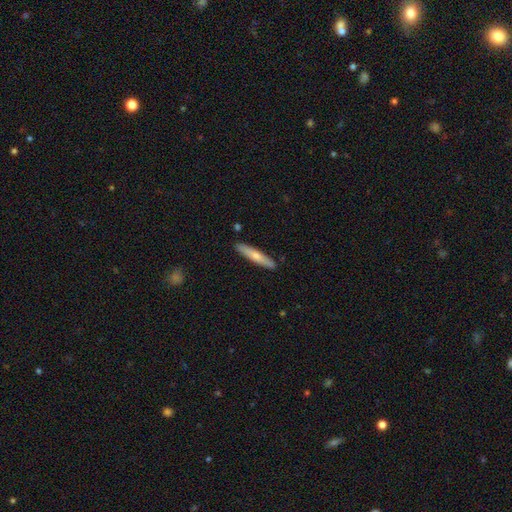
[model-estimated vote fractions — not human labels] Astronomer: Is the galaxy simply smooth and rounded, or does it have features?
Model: smooth — 62%.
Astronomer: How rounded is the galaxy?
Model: cigar-shaped — 90%.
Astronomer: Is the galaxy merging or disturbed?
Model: none — 90%.